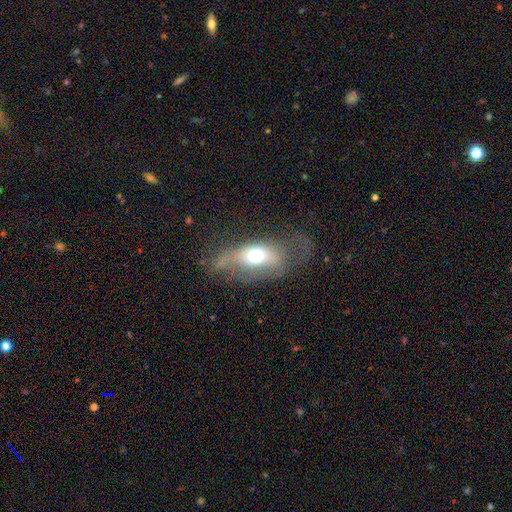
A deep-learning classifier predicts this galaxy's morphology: smooth_or_featured: smooth (p=0.54) [alt: featured or disk p=0.36]
how_rounded: in between (p=0.81) [alt: round p=0.12]
merging: major disturbance (p=0.45) [alt: none p=0.27]